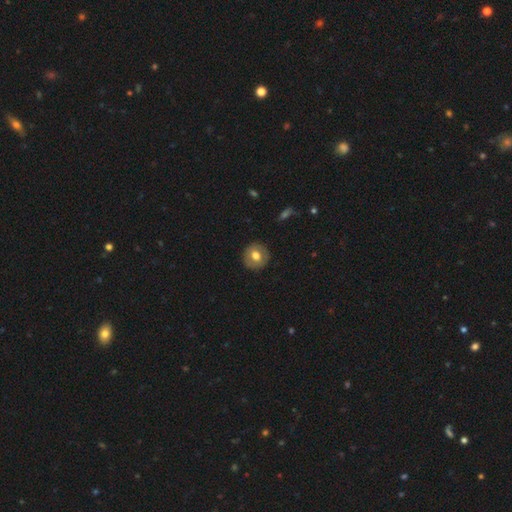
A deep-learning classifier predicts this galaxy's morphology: Smooth or featured?
  - smooth: 66% *
  - featured or disk: 27%
  - star or artifact: 7%
How rounded?
  - round: 92% *
  - in between: 8%
  - cigar-shaped: 1%
Merging?
  - none: 90% *
  - minor disturbance: 7%
  - major disturbance: 2%
  - merger: 1%